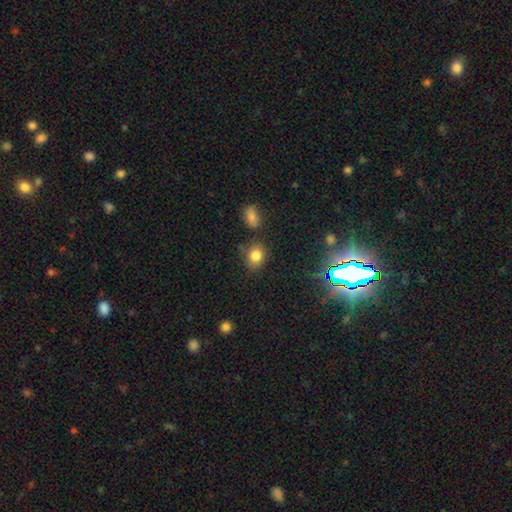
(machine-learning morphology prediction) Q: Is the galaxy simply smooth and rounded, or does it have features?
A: smooth — 80%.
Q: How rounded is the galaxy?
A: in between — 52%.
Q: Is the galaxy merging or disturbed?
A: none — 74%.